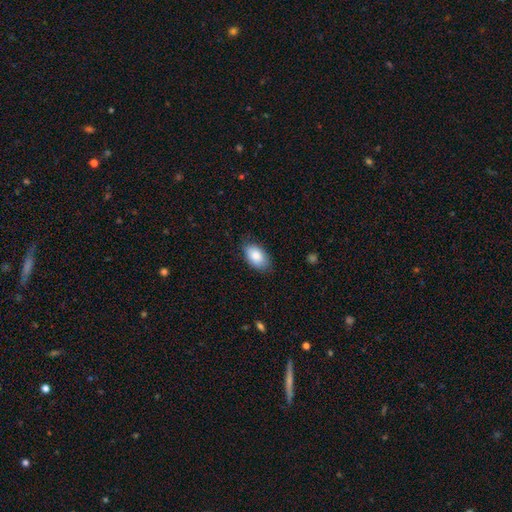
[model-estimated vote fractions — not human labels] This appears to be a smooth galaxy with no disk features (86%) that is in between round and cigar-shaped (92%). Merging: none (79%).